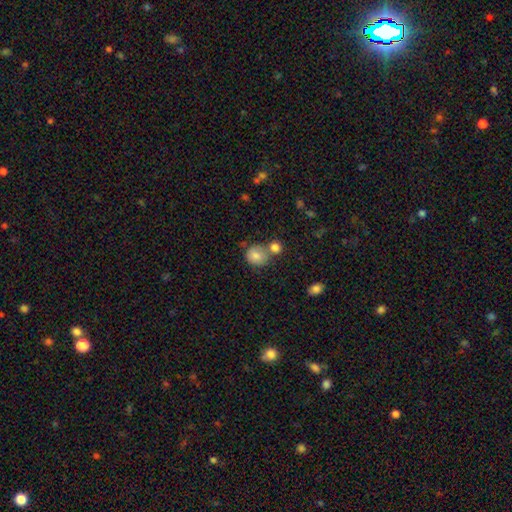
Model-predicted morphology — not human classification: A smooth galaxy with no disk features (82%) that is round (81%). Merging: none (53%).